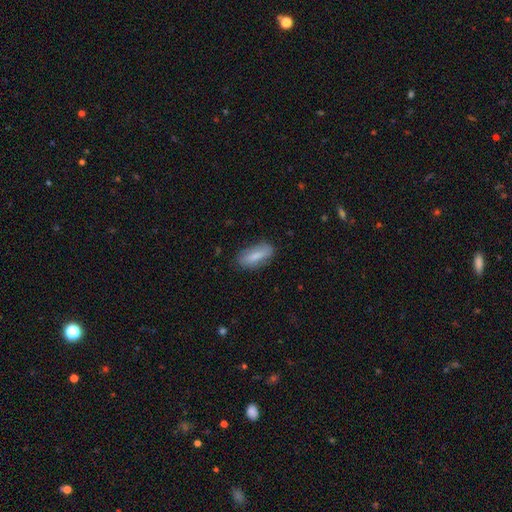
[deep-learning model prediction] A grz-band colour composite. It shows a smooth galaxy with no disk features (77%) that is in between round and cigar-shaped (70%). Merging: none (79%).